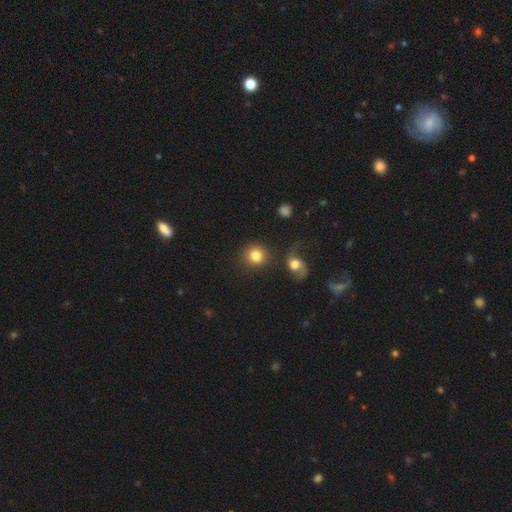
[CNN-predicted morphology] type=smooth (80%); roundness=round (90%); merging=none (75%).